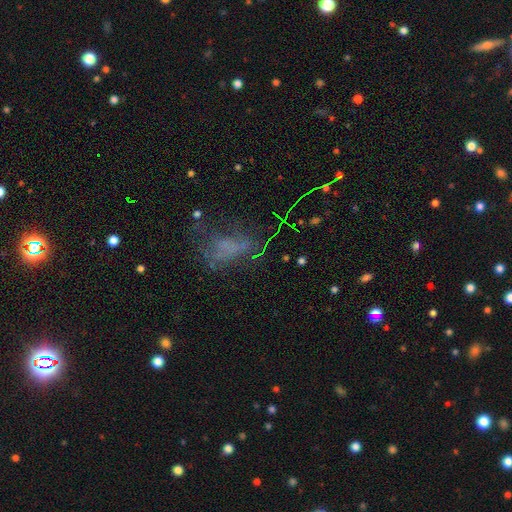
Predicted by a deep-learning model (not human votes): smooth-or-featured: featured or disk: 36% | smooth: 34% | star or artifact: 30%
  merging: none: 40% | major disturbance: 35% | minor disturbance: 20% | merger: 5%